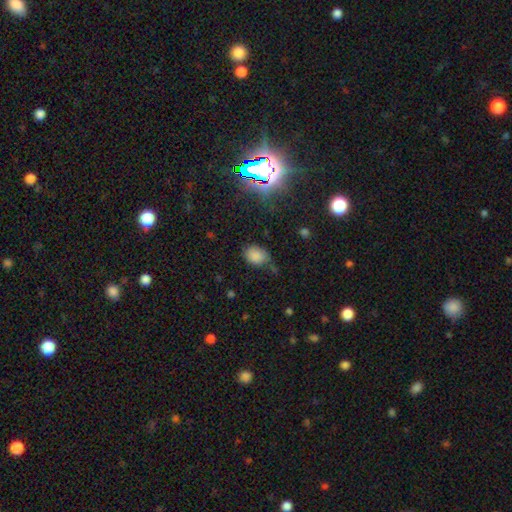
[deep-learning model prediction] Smooth or featured? Predicted: smooth (p=0.78). How rounded? Predicted: in between (p=0.65). Merging? Predicted: none (p=0.58).